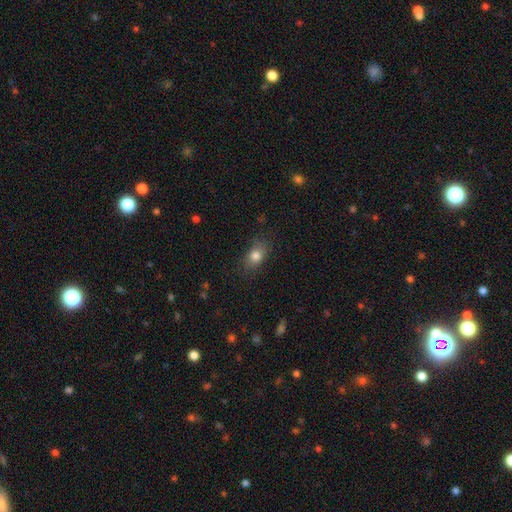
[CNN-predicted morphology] A smooth galaxy with no disk features (80%) that is in between round and cigar-shaped (74%). Merging: none (76%).